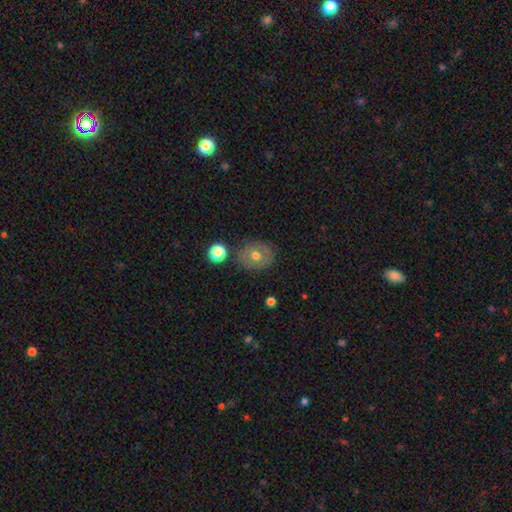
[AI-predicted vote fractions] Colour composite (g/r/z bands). It shows a smooth galaxy with no disk features (59%) that is round (70%). Merging: none (79%).